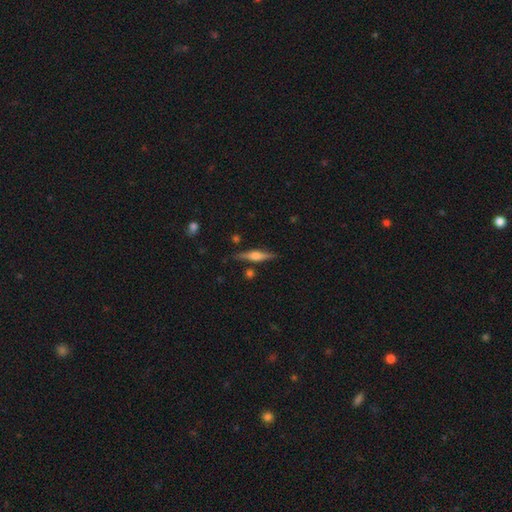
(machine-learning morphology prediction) smooth-or-featured: featured or disk: 66% | smooth: 28% | star or artifact: 6%
  disk-edge-on: yes: 97% | no: 3%
    edge-on-bulge: rounded: 85% | boxy: 11% | none: 4%
  merging: none: 84% | minor disturbance: 10% | merger: 3% | major disturbance: 2%